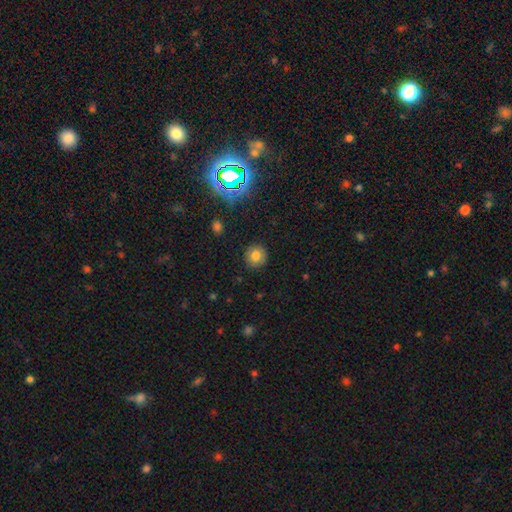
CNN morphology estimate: Overall: smooth (75%). How rounded: round (90%). Merging: none (89%).